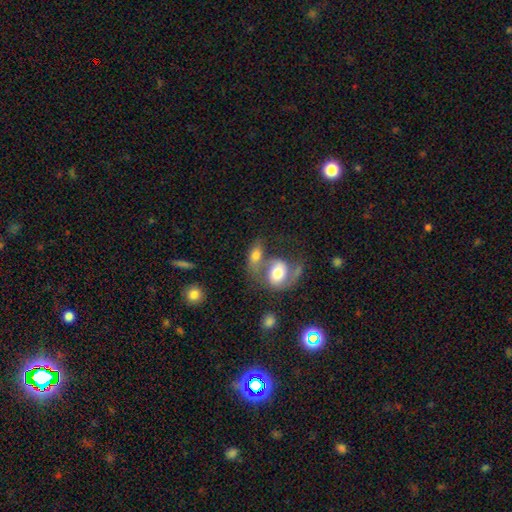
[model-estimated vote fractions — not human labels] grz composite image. It shows a smooth galaxy with no disk features (60%) that is in between round and cigar-shaped (75%). Merging: merger (57%).